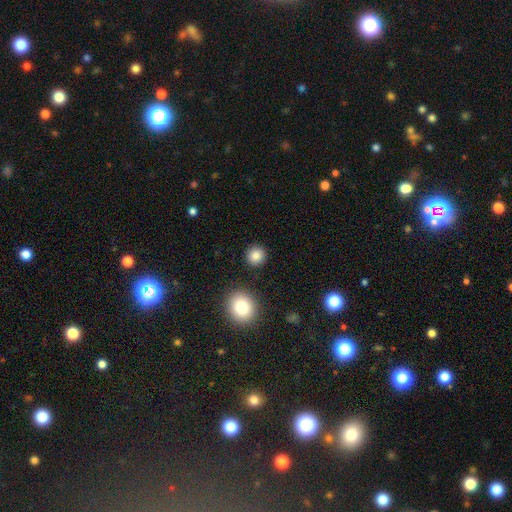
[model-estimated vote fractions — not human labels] Q: Smooth or featured?
A: smooth (85%); runner-up: star or artifact (10%)
Q: How rounded?
A: round (92%); runner-up: in between (7%)
Q: Merging?
A: none (89%); runner-up: minor disturbance (6%)